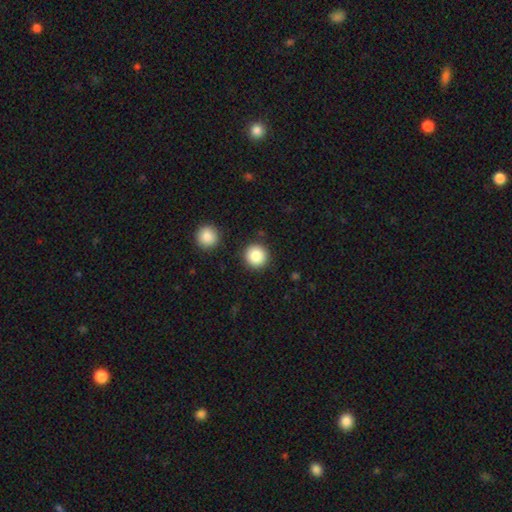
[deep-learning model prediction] Smooth or featured: smooth — 85% (star or artifact — 9%)
How rounded: round — 95% (in between — 4%)
Merging: none — 89% (minor disturbance — 6%)